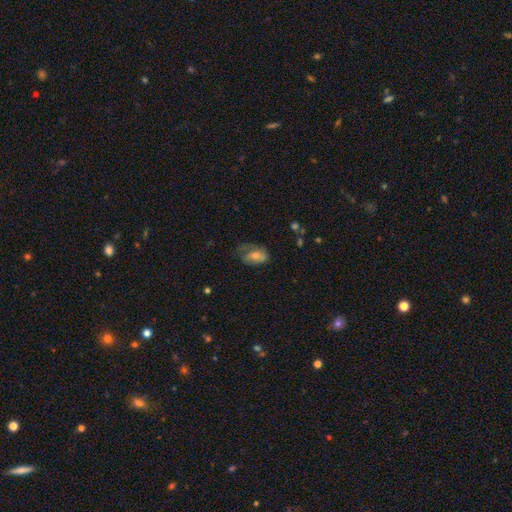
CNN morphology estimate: smooth_or_featured: smooth (p=0.49) [alt: featured or disk p=0.41]
merging: none (p=0.50) [alt: minor disturbance p=0.29]